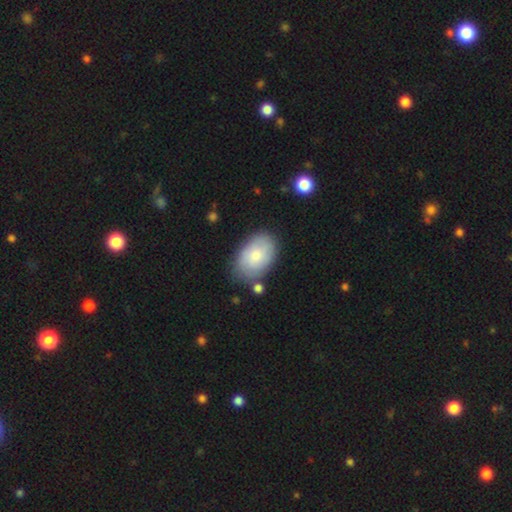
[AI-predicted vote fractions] Q: Smooth or featured?
A: smooth (67%); runner-up: featured or disk (27%)
Q: How rounded?
A: in between (89%); runner-up: round (10%)
Q: Merging?
A: none (74%); runner-up: minor disturbance (17%)